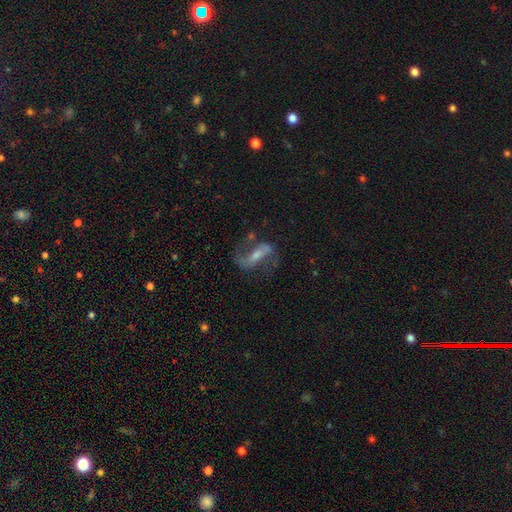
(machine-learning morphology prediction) A featured or disk galaxy (80%) with a strong bar (55%), 2 (89%) loose (51%) spiral arms (91%) and a small central bulge (49%). Merging: none (64%).